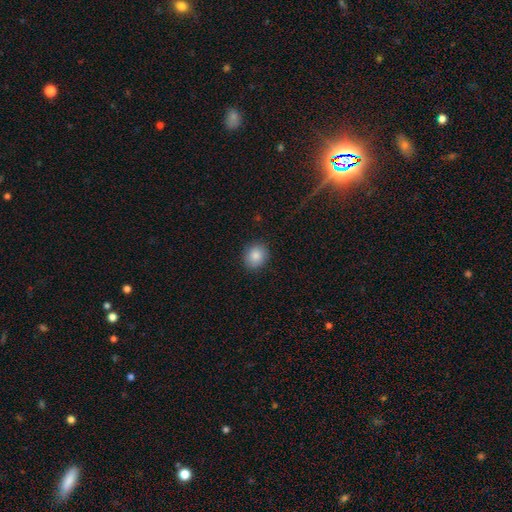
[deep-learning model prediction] Smooth or featured? Predicted: smooth (p=0.85). How rounded? Predicted: round (p=0.68). Merging? Predicted: none (p=0.89).